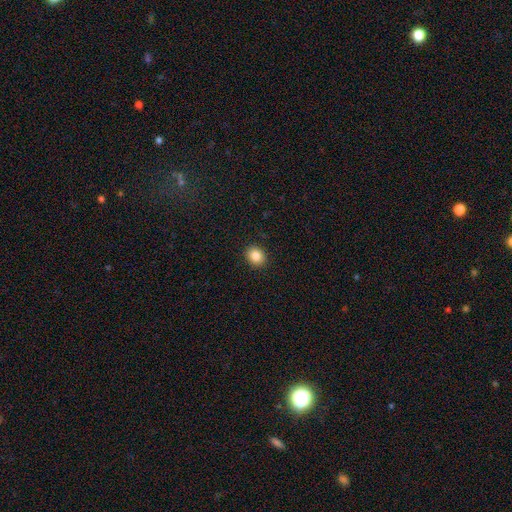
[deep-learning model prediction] Smooth or featured? Predicted: smooth (p=0.85). How rounded? Predicted: round (p=0.61). Merging? Predicted: none (p=0.91).